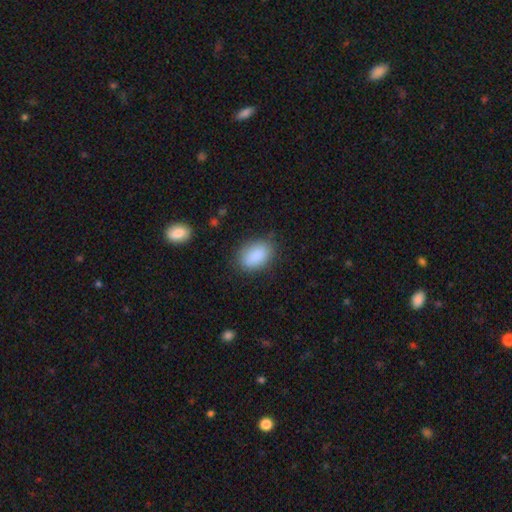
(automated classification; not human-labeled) Overall: smooth (88%). How rounded: in between (87%). Merging: none (80%).